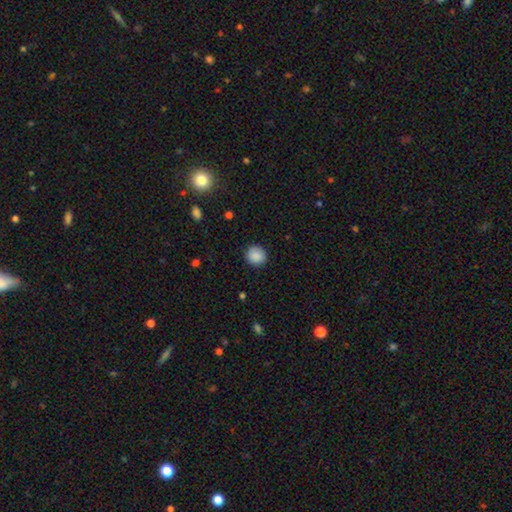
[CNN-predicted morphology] Smooth or featured? Predicted: smooth (p=0.88). How rounded? Predicted: round (p=0.90). Merging? Predicted: none (p=0.89).